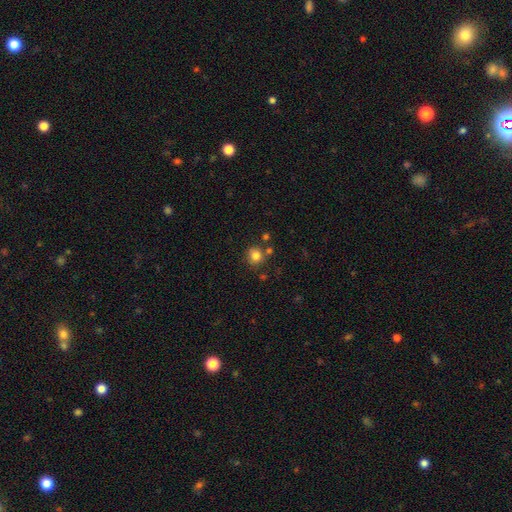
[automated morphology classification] type=smooth (81%); roundness=round (87%); merging=none (74%).